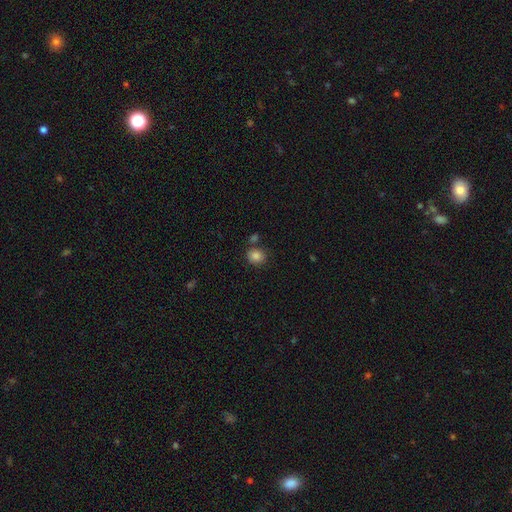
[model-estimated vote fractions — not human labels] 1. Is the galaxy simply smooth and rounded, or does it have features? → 85% smooth, 10% star or artifact, 5% featured or disk.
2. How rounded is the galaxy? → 75% round, 24% in between, 1% cigar-shaped.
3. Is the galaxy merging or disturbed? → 74% none, 11% merger, 11% minor disturbance, 4% major disturbance.